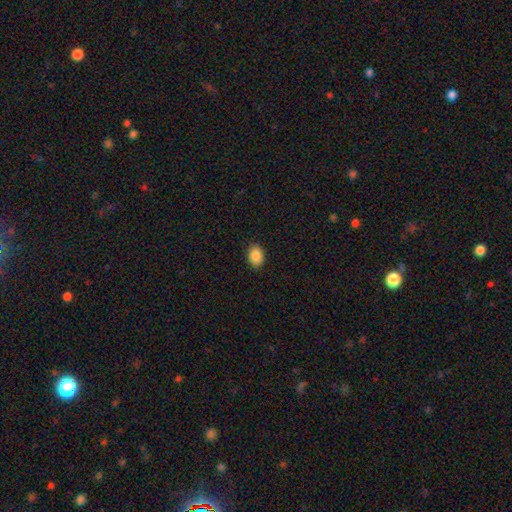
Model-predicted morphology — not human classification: A smooth galaxy with no disk features (88%) that is in between round and cigar-shaped (77%).

Vote fractions:
- Smooth or featured? smooth: 88% / star or artifact: 8% / featured or disk: 3%
- How rounded? in between: 77% / round: 22% / cigar-shaped: 1%
- Merging? none: 90% / minor disturbance: 8% / major disturbance: 2% / merger: 1%